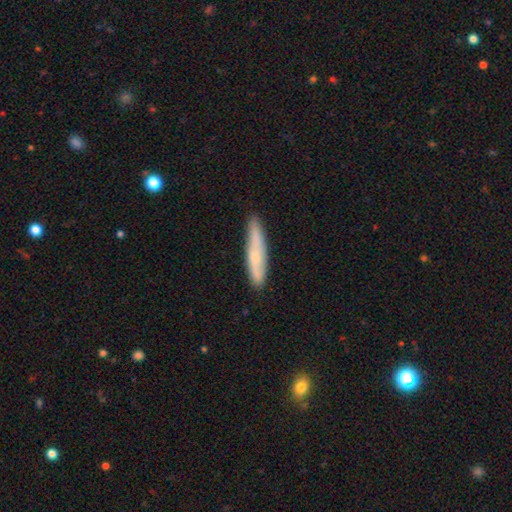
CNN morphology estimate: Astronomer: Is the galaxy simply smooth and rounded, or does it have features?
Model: smooth — 55% (runner-up: featured or disk, 39%).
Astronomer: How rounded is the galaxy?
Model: cigar-shaped — 86%.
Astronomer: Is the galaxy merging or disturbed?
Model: none — 84%.